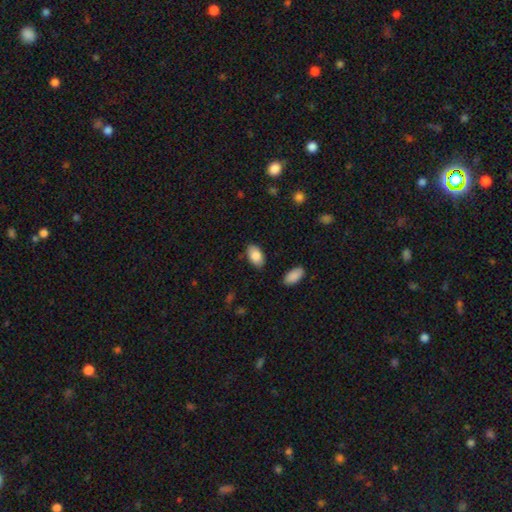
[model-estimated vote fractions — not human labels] Smooth or featured? Predicted: smooth (p=0.84). How rounded? Predicted: in between (p=0.94). Merging? Predicted: none (p=0.84).